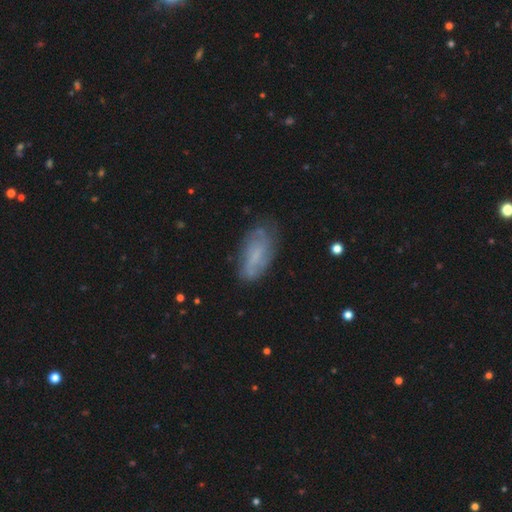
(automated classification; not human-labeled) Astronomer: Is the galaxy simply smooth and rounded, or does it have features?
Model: smooth — 47% (runner-up: featured or disk, 44%).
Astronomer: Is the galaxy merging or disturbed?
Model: none — 67%.